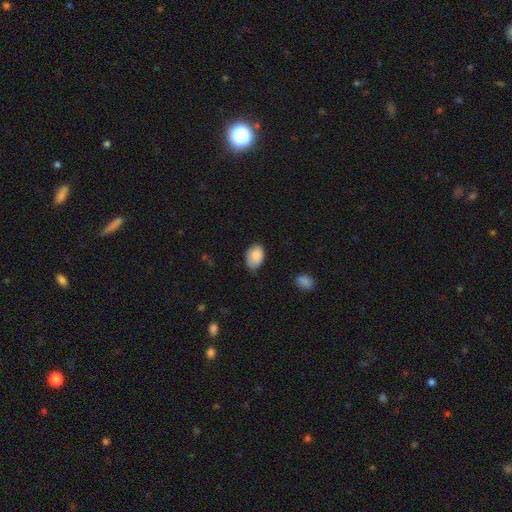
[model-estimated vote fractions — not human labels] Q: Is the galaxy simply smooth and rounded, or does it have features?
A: smooth — 86%.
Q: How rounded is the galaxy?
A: in between — 86%.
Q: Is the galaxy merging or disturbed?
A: none — 65%.